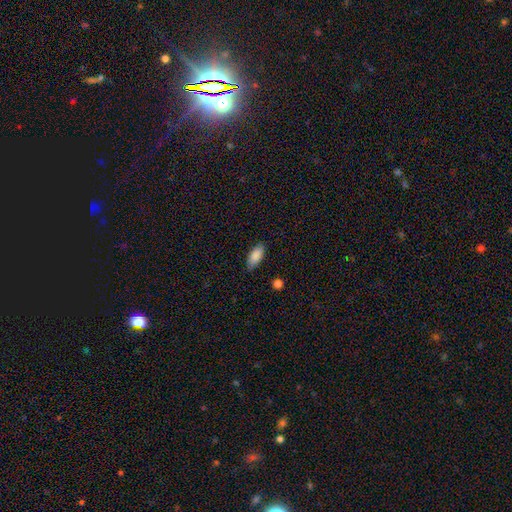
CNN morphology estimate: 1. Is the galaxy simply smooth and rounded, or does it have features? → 86% smooth, 7% featured or disk, 6% star or artifact.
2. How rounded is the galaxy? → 85% in between, 13% cigar-shaped, 2% round.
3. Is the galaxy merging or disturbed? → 81% none, 15% minor disturbance, 3% major disturbance, 1% merger.